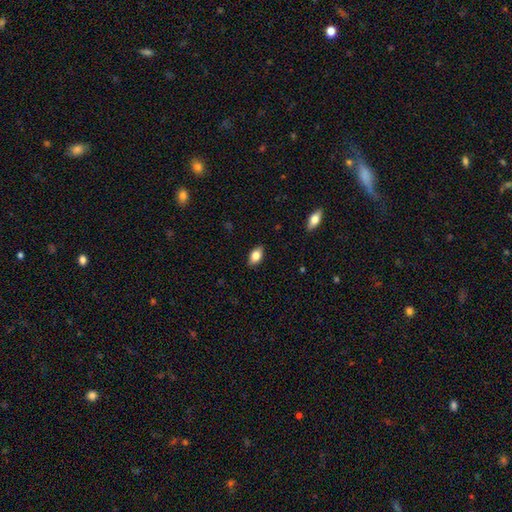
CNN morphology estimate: A smooth galaxy with no disk features (80%) that is in between round and cigar-shaped (89%).

Vote fractions:
- Smooth or featured? smooth: 80% / featured or disk: 12% / star or artifact: 8%
- How rounded? in between: 89% / round: 8% / cigar-shaped: 4%
- Merging? none: 87% / minor disturbance: 10% / major disturbance: 2% / merger: 1%